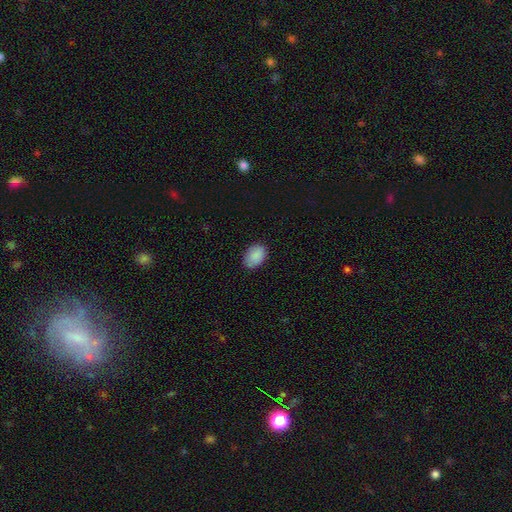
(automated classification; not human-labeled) smooth-or-featured: smooth: 89% | star or artifact: 7% | featured or disk: 4%
  how-rounded: in between: 80% | round: 19% | cigar-shaped: 1%
  merging: none: 81% | minor disturbance: 16% | major disturbance: 3% | merger: 1%